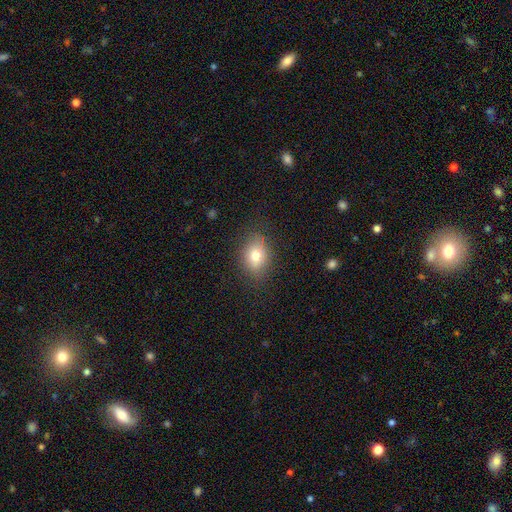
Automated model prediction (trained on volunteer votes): Morphology: type=smooth (73%); roundness=in between (59%); merging=none (81%).